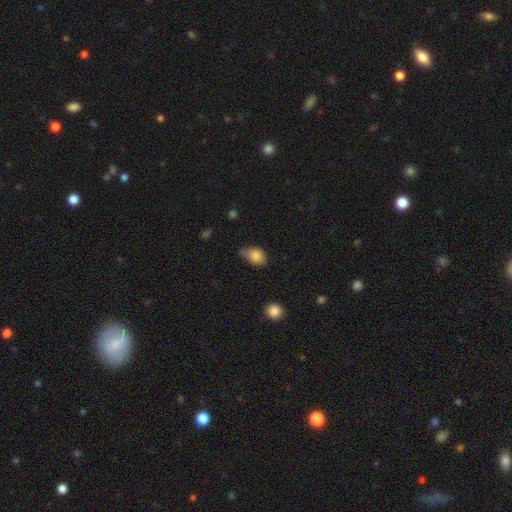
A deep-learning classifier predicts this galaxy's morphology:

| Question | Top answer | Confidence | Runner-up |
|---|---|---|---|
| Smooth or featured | smooth | 82% | star or artifact (9%) |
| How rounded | in between | 77% | round (22%) |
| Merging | minor disturbance | 45% | none (39%) |